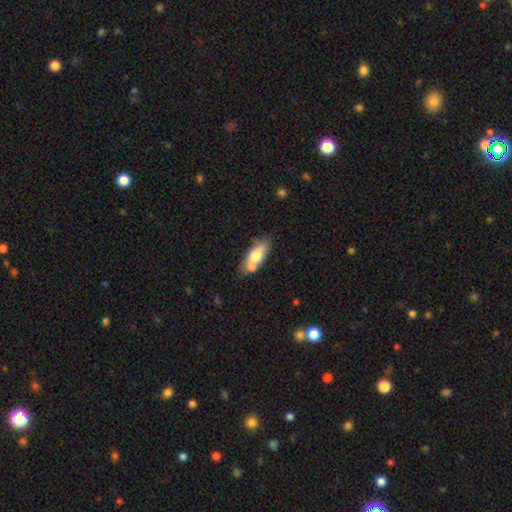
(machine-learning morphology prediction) The model was most divided on "merging": none: 50%, merger: 29%, minor disturbance: 16%, major disturbance: 5%. More confident: how rounded — in between (75%); smooth or featured — smooth (66%).